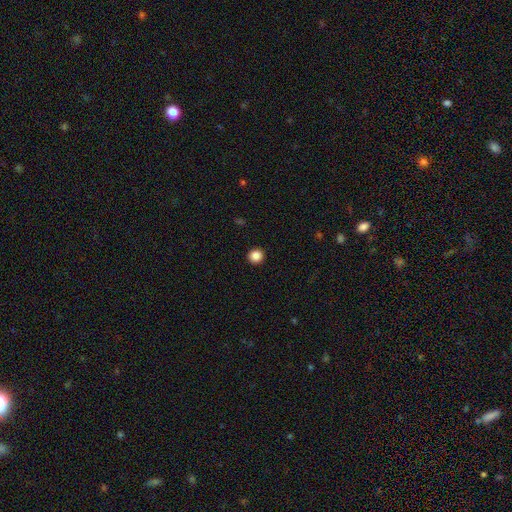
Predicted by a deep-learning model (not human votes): This appears to be a smooth galaxy with no disk features (87%) that is round (93%). Merging: none (93%).